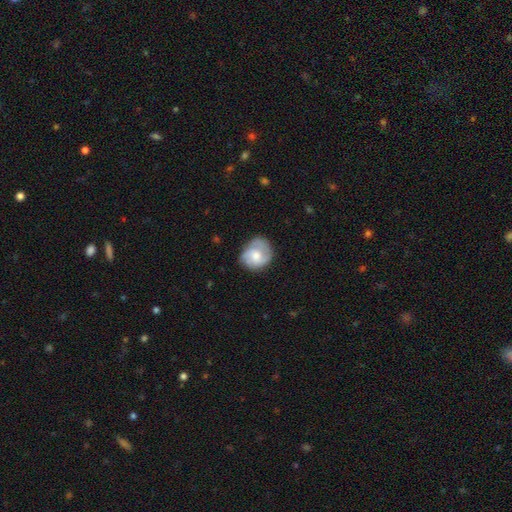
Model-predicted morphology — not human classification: Q: Smooth or featured?
A: featured or disk (53%); runner-up: smooth (41%)
Q: Edge-on disk?
A: no (97%); runner-up: yes (3%)
Q: Bar?
A: no (69%); runner-up: weak (27%)
Q: Spiral arms?
A: yes (85%); runner-up: no (15%)
Q: Bulge size?
A: moderate (57%); runner-up: small (22%)
Q: Merging?
A: none (67%); runner-up: minor disturbance (24%)